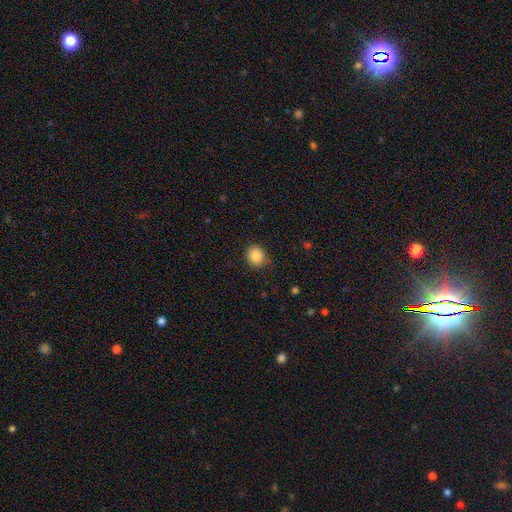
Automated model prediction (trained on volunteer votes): Smooth or featured? smooth (87%)
How rounded? round (76%)
Merging? none (84%)